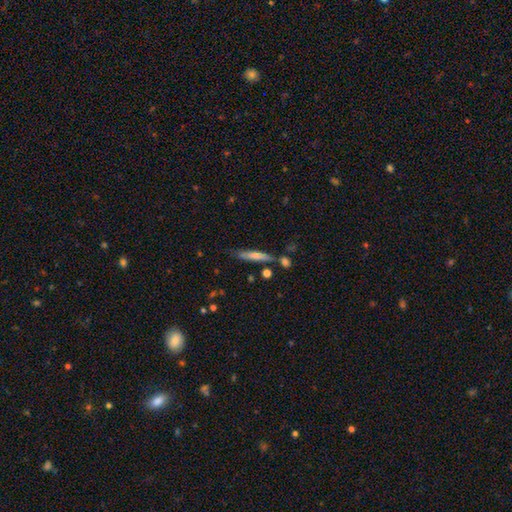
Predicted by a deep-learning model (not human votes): The model was most divided on "smooth or featured": smooth: 65%, featured or disk: 29%, star or artifact: 7%. More confident: how rounded — cigar-shaped (89%); merging — none (69%).